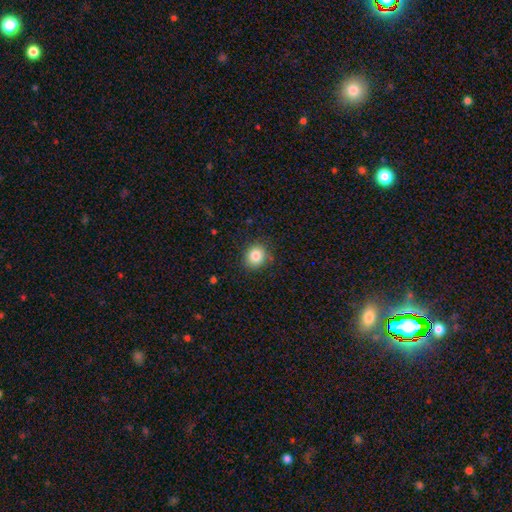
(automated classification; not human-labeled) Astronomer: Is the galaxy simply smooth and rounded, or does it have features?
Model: smooth — 84%.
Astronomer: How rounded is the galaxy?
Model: round — 78%.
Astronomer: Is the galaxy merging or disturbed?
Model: none — 84%.